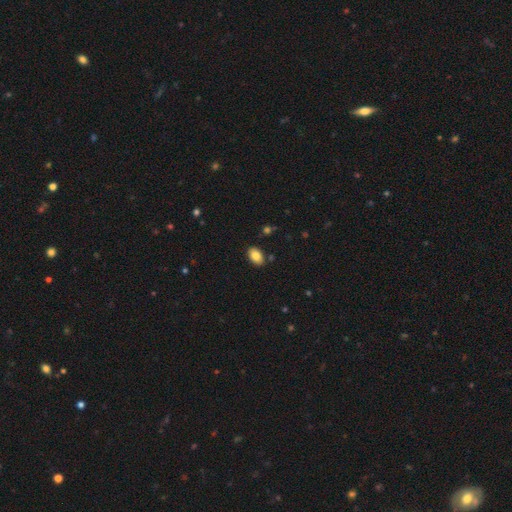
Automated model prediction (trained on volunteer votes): smooth_or_featured: smooth (p=0.85) [alt: star or artifact p=0.08]
how_rounded: in between (p=0.89) [alt: round p=0.10]
merging: none (p=0.86) [alt: minor disturbance p=0.10]